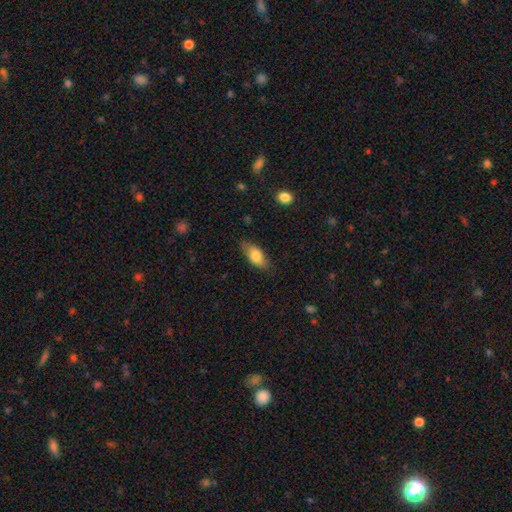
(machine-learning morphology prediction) type=smooth (78%); roundness=in between (84%); merging=none (79%).